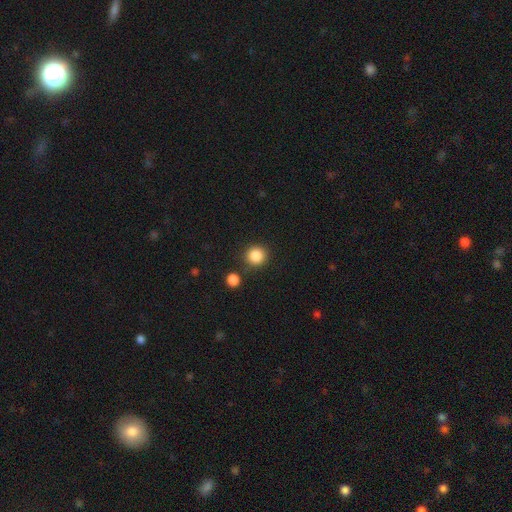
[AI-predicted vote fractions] Smooth or featured?
  - smooth: 87% *
  - star or artifact: 10%
  - featured or disk: 4%
How rounded?
  - round: 92% *
  - in between: 7%
  - cigar-shaped: 1%
Merging?
  - none: 84% *
  - minor disturbance: 7%
  - merger: 6%
  - major disturbance: 3%